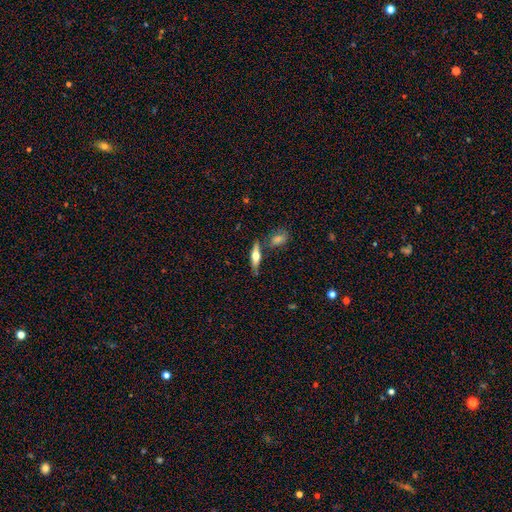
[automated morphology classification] Smooth or featured? Predicted: featured or disk (p=0.50). Edge-on disk? Predicted: yes (p=0.92). Merging? Predicted: none (p=0.73).